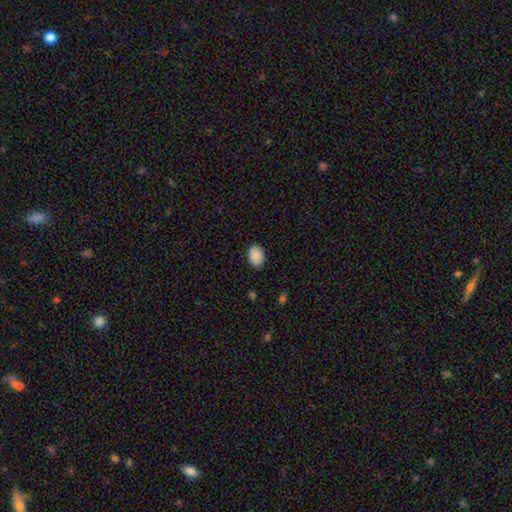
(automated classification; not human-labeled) Morphology: type=smooth (89%); roundness=in between (78%); merging=none (88%).